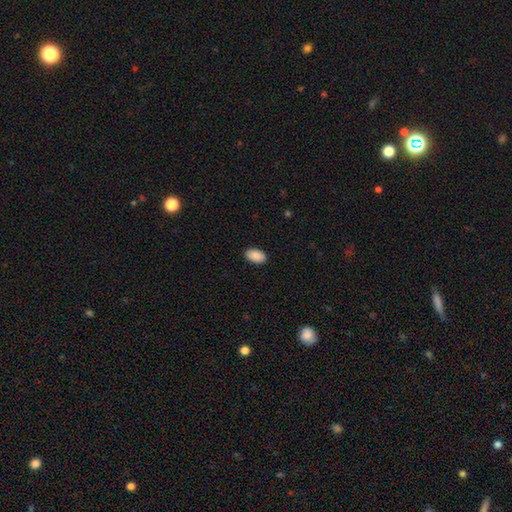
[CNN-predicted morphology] The model was most divided on "merging": none: 90%, minor disturbance: 8%, major disturbance: 2%, merger: 1%. More confident: how rounded — in between (94%); smooth or featured — smooth (90%).